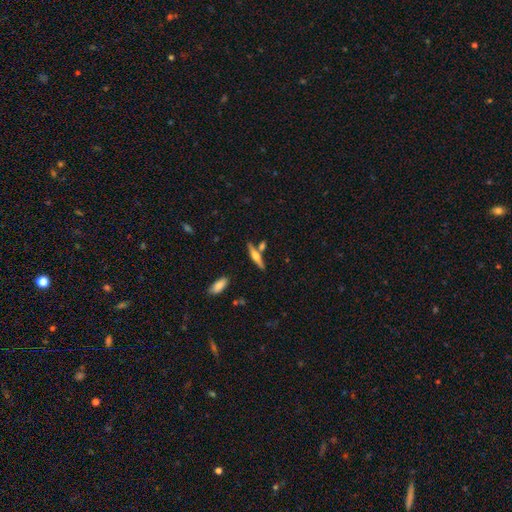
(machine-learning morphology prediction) This is likely a featured or disk galaxy (62%). It is clearly viewed edge-on (96%). Edge-on bulge: clearly rounded (91%). Merging: likely none (75%).